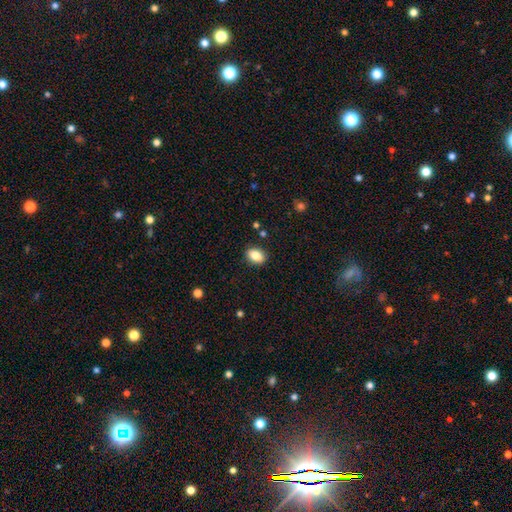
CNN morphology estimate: Q: Smooth or featured?
A: smooth (85%); runner-up: star or artifact (8%)
Q: How rounded?
A: in between (79%); runner-up: round (20%)
Q: Merging?
A: none (88%); runner-up: minor disturbance (9%)